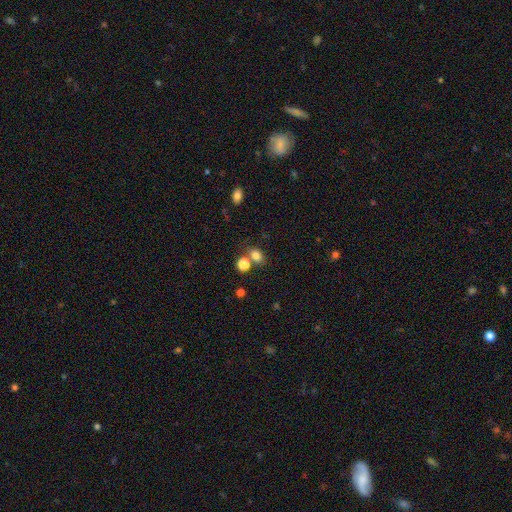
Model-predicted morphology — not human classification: smooth 79%, star or artifact 14%, featured or disk 7%. Down the decision tree: how rounded — in between (58%); merging — none (59%).